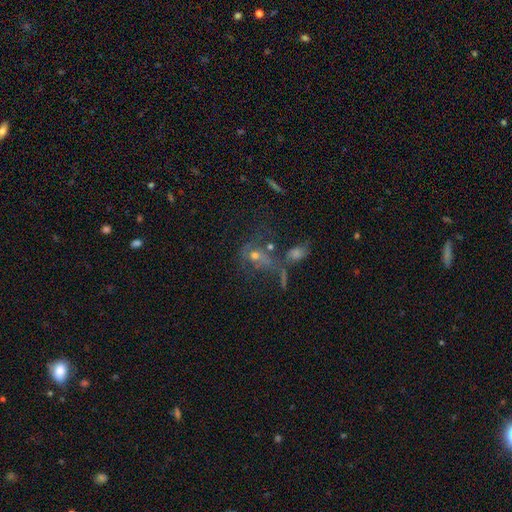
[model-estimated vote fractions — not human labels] This is marginally a featured or disk galaxy (45%). Merging: marginally none (30%).